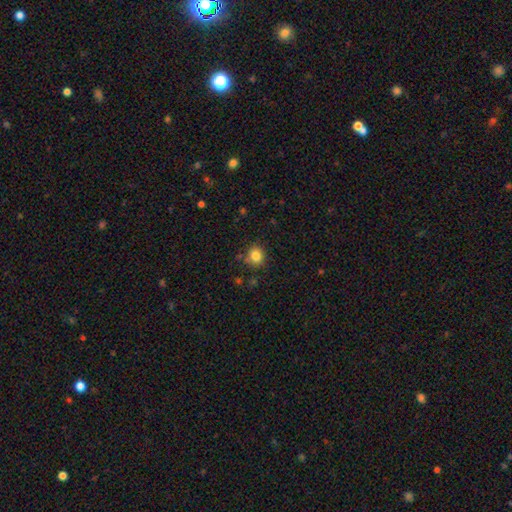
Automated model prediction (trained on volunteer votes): Q: Smooth or featured?
A: smooth (83%); runner-up: star or artifact (11%)
Q: How rounded?
A: round (80%); runner-up: in between (19%)
Q: Merging?
A: none (81%); runner-up: minor disturbance (11%)